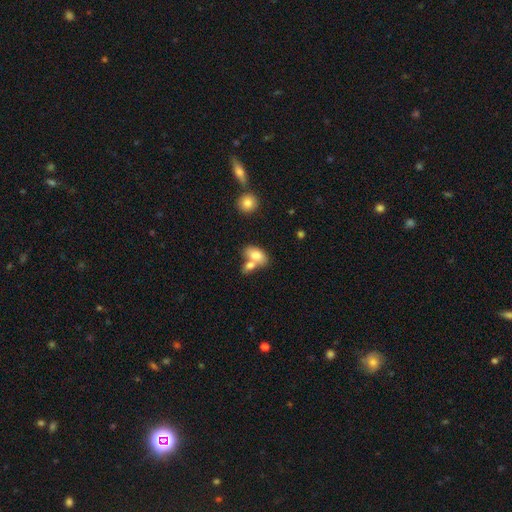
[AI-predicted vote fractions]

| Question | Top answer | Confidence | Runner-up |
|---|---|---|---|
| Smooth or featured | smooth | 78% | featured or disk (14%) |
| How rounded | in between | 90% | round (7%) |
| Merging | merger | 50% | none (36%) |